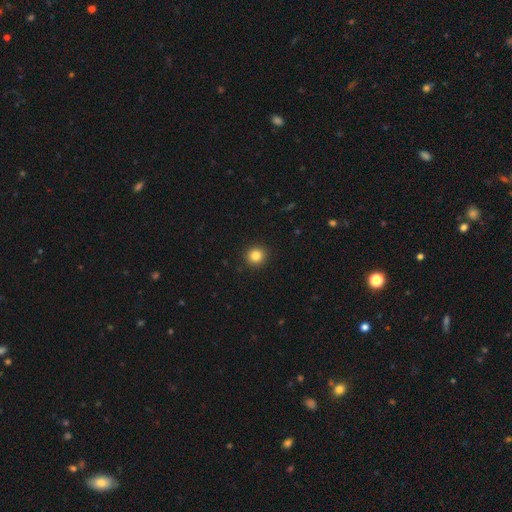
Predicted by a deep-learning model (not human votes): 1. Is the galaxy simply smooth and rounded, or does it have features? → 83% smooth, 11% star or artifact, 5% featured or disk.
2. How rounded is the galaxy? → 93% round, 6% in between, 1% cigar-shaped.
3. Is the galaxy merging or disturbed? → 93% none, 4% minor disturbance, 2% major disturbance, 1% merger.